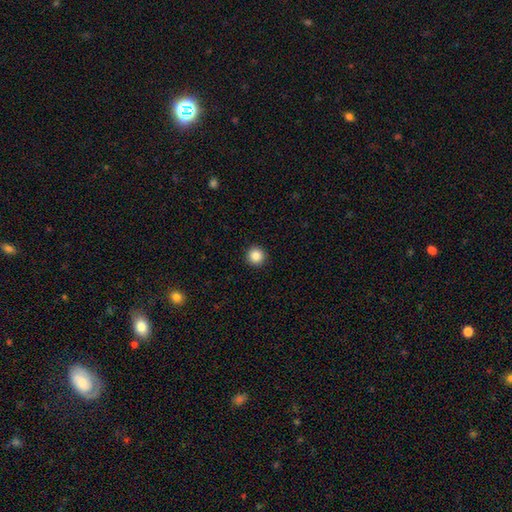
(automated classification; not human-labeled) Smooth or featured? smooth (86%)
How rounded? round (96%)
Merging? none (93%)